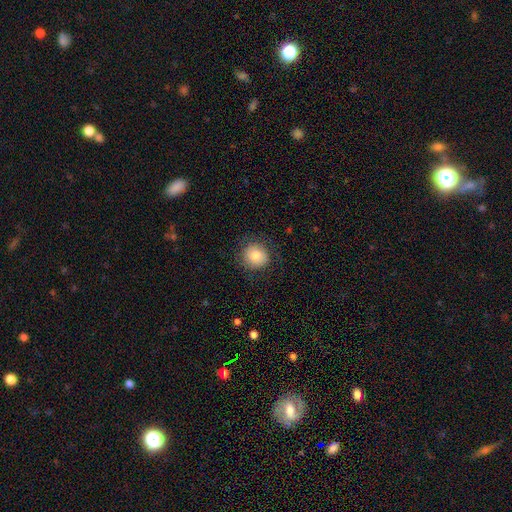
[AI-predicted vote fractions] smooth-or-featured: smooth: 83% | star or artifact: 9% | featured or disk: 8%
  how-rounded: round: 87% | in between: 12% | cigar-shaped: 1%
  merging: none: 83% | minor disturbance: 12% | major disturbance: 4% | merger: 1%